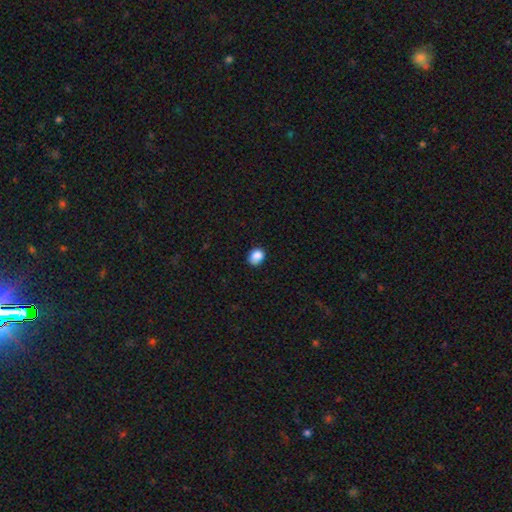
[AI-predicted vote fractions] A smooth galaxy with no disk features (86%) that is round (54%). Merging: none (70%).